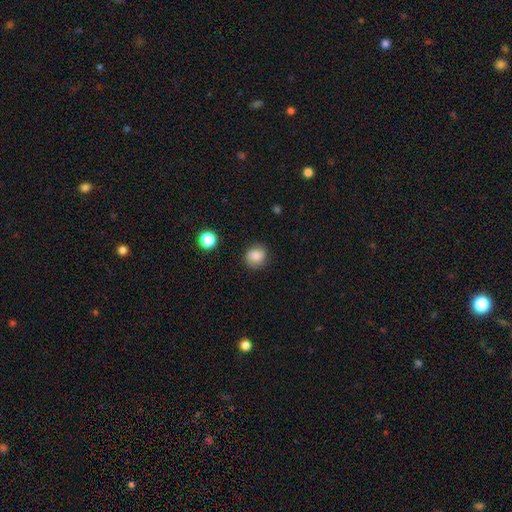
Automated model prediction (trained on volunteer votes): This is likely a smooth galaxy (80%). How rounded: likely round (79%). Merging: clearly none (81%).